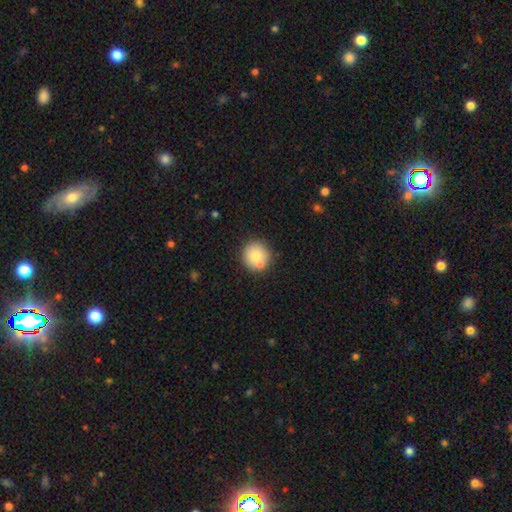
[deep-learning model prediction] smooth-or-featured: smooth: 76% | featured or disk: 15% | star or artifact: 9%
  how-rounded: round: 93% | in between: 6% | cigar-shaped: 1%
  merging: none: 73% | merger: 14% | minor disturbance: 11% | major disturbance: 3%